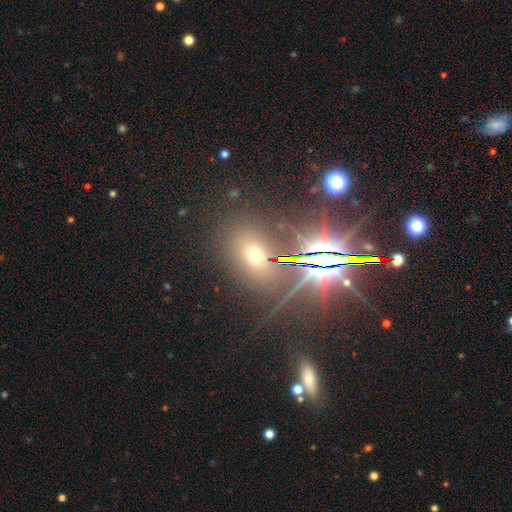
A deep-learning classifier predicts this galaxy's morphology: smooth-or-featured: smooth: 50% | star or artifact: 36% | featured or disk: 14%
  merging: none: 77% | minor disturbance: 12% | major disturbance: 7% | merger: 4%